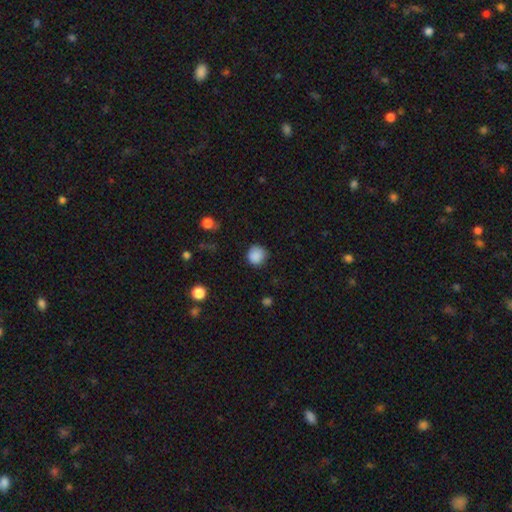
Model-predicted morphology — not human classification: A smooth galaxy with no disk features (87%) that is round (91%).

Vote fractions:
- Smooth or featured? smooth: 87% / star or artifact: 9% / featured or disk: 3%
- How rounded? round: 91% / in between: 8% / cigar-shaped: 1%
- Merging? none: 84% / minor disturbance: 12% / major disturbance: 3% / merger: 1%